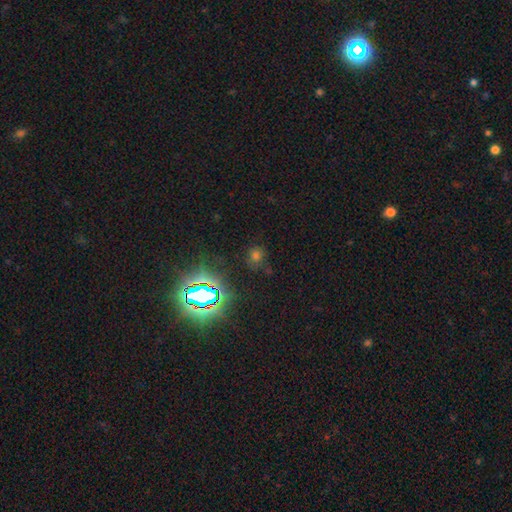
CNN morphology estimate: This appears to be a star or artifact, not a galaxy (47%).